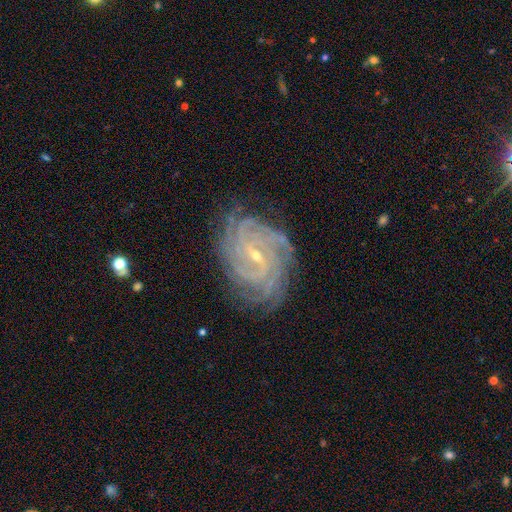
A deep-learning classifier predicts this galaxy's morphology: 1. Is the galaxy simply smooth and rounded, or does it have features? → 90% featured or disk, 6% star or artifact, 4% smooth.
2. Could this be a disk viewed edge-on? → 97% no, 3% yes.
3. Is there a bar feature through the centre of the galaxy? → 51% weak, 27% no, 23% strong.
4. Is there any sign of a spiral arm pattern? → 98% yes, 2% no.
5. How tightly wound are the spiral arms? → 76% tight, 20% medium, 3% loose.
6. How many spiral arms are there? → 30% 4, 24% more than 4, 18% can't tell, 12% 3, 9% 2, 7% 1.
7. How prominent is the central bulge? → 75% small, 22% moderate, 1% none, 1% large, 1% dominant.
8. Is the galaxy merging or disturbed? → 80% none, 15% minor disturbance, 4% major disturbance, 1% merger.